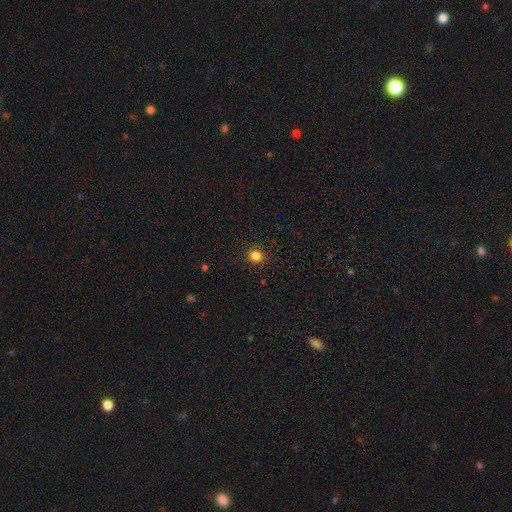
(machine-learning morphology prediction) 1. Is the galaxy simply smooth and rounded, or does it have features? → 83% smooth, 12% star or artifact, 4% featured or disk.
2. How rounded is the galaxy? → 85% round, 14% in between, 1% cigar-shaped.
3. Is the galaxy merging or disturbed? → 91% none, 6% minor disturbance, 2% major disturbance, 1% merger.